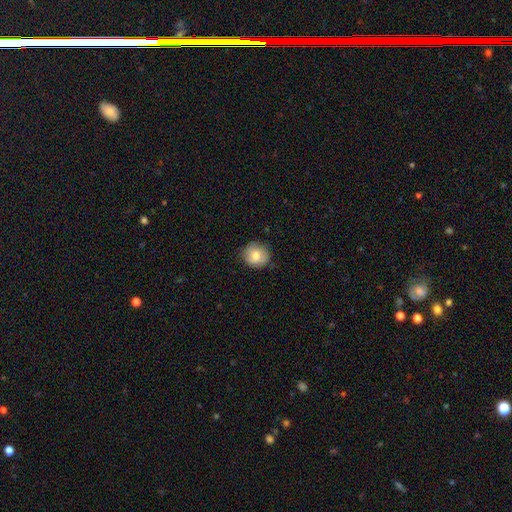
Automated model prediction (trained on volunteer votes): Smooth or featured?
  - smooth: 73% *
  - featured or disk: 19%
  - star or artifact: 8%
How rounded?
  - round: 84% *
  - in between: 15%
  - cigar-shaped: 1%
Merging?
  - none: 80% *
  - minor disturbance: 16%
  - major disturbance: 3%
  - merger: 1%